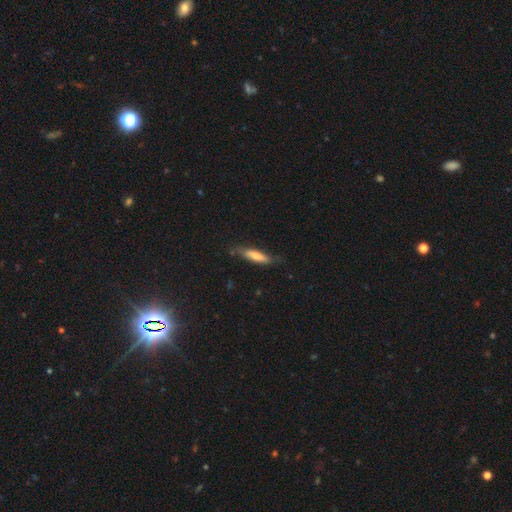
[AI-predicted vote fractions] Smooth or featured? Predicted: smooth (p=0.64). How rounded? Predicted: cigar-shaped (p=0.77). Merging? Predicted: none (p=0.74).